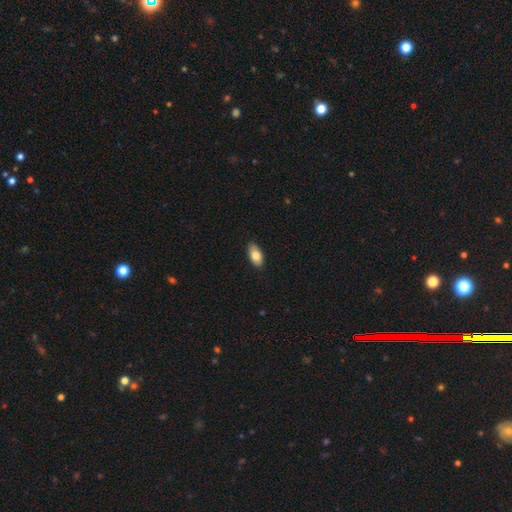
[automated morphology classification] smooth-or-featured: smooth: 80% | featured or disk: 13% | star or artifact: 7%
  how-rounded: in between: 92% | cigar-shaped: 5% | round: 3%
  merging: none: 86% | minor disturbance: 11% | major disturbance: 2% | merger: 1%